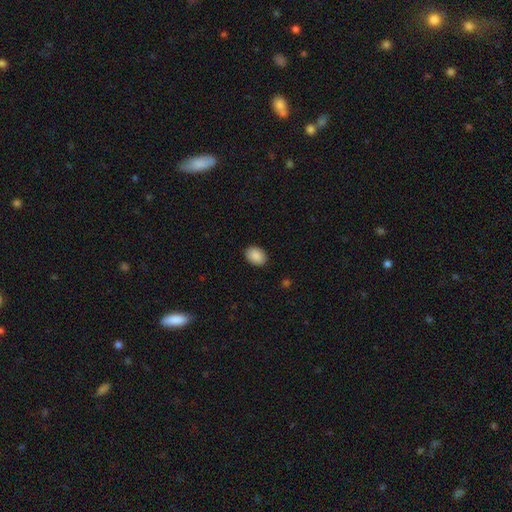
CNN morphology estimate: type=smooth (89%); roundness=in between (75%); merging=none (89%).